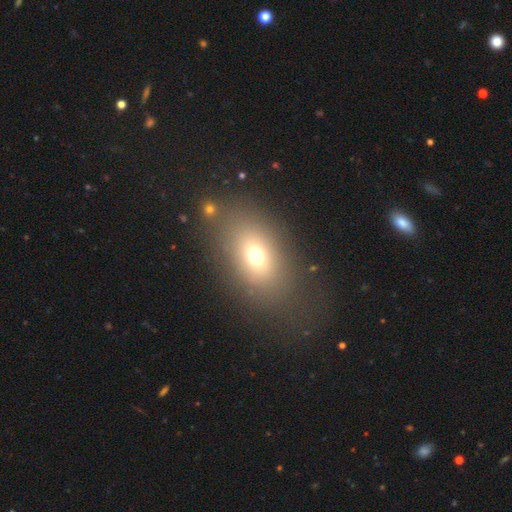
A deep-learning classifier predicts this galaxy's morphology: This is likely a smooth galaxy (69%). How rounded: likely in between (74%). Merging: likely none (73%).